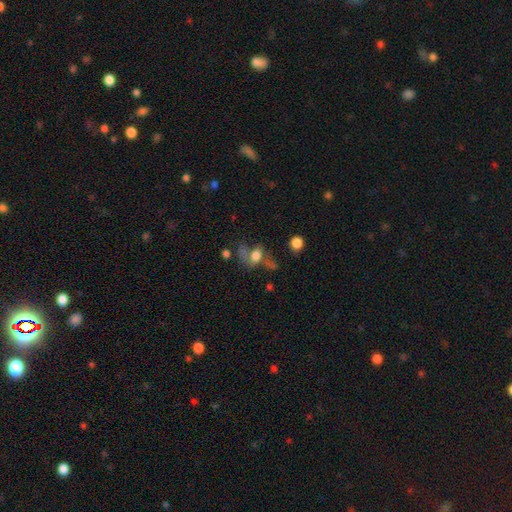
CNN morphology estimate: smooth 54%, featured or disk 32%, star or artifact 14%. Down the decision tree: how rounded — in between (69%); merging — none (34%).